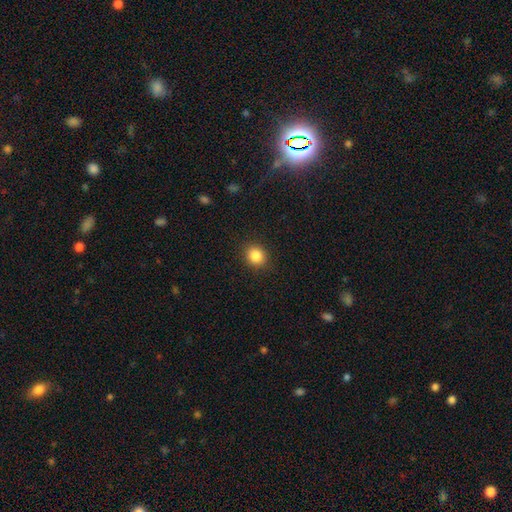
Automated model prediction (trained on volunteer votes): Q: Smooth or featured?
A: smooth (85%); runner-up: star or artifact (10%)
Q: How rounded?
A: round (77%); runner-up: in between (22%)
Q: Merging?
A: none (90%); runner-up: minor disturbance (7%)